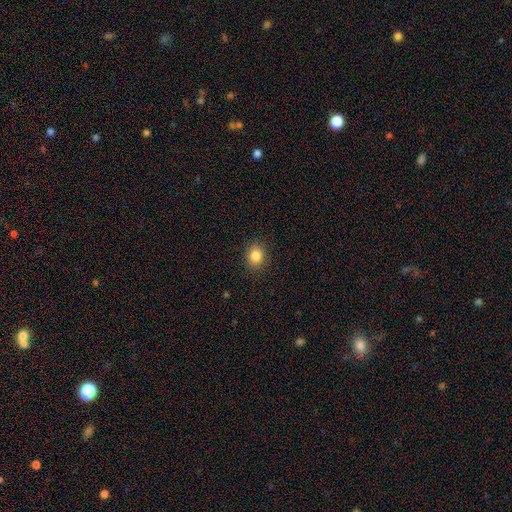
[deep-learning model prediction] Smooth or featured? Predicted: smooth (p=0.85). How rounded? Predicted: round (p=0.64). Merging? Predicted: none (p=0.89).